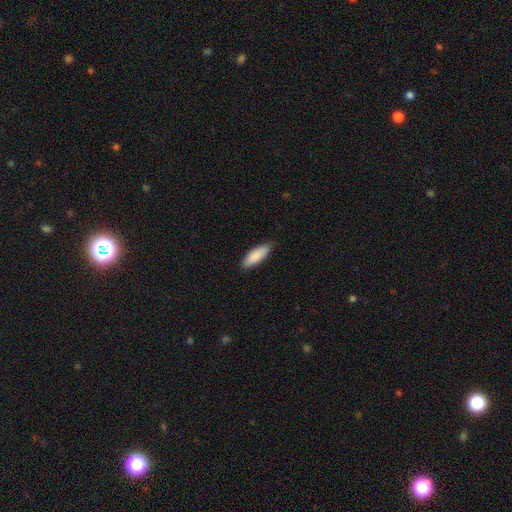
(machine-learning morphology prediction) Smooth or featured? Predicted: smooth (p=0.89). How rounded? Predicted: in between (p=0.63). Merging? Predicted: none (p=0.84).